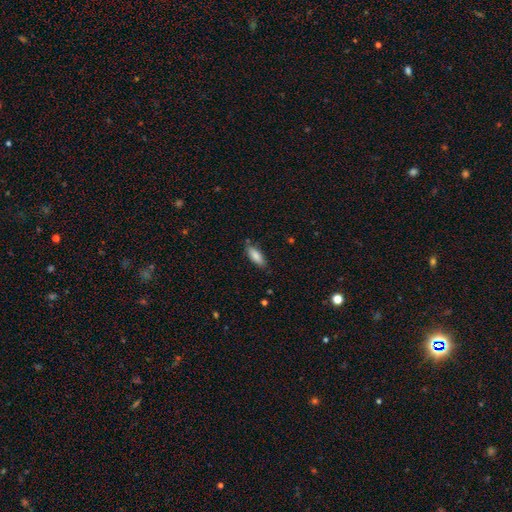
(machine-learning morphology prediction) A smooth galaxy with no disk features (84%) that is in between round and cigar-shaped (72%). Merging: none (79%).